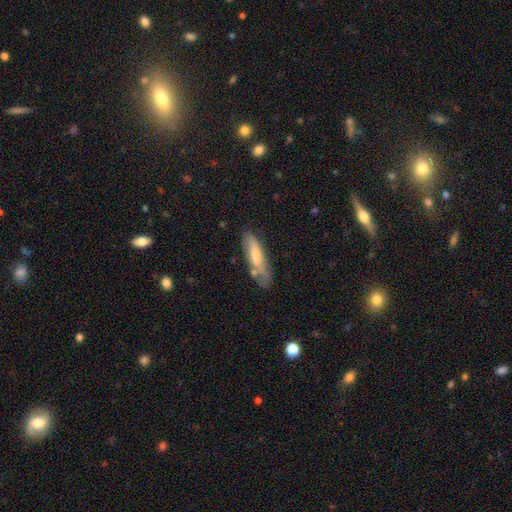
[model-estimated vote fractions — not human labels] Q: Smooth or featured?
A: smooth (66%); runner-up: featured or disk (28%)
Q: How rounded?
A: cigar-shaped (63%); runner-up: in between (35%)
Q: Merging?
A: none (58%); runner-up: minor disturbance (26%)